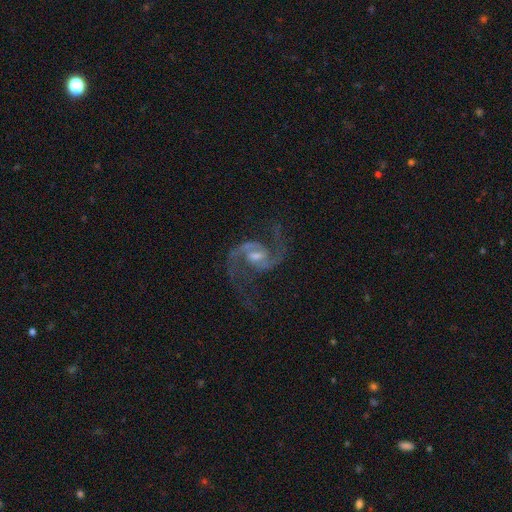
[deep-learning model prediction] The model was most divided on "bulge size": moderate: 50%, small: 38%, none: 6%, large: 5%, dominant: 1%. More confident: spiral arms — yes (98%); edge-on disk — no (98%); spiral arm count — 2 (93%); smooth or featured — featured or disk (92%); merging — none (73%); bar — weak (55%); spiral winding — medium (52%).